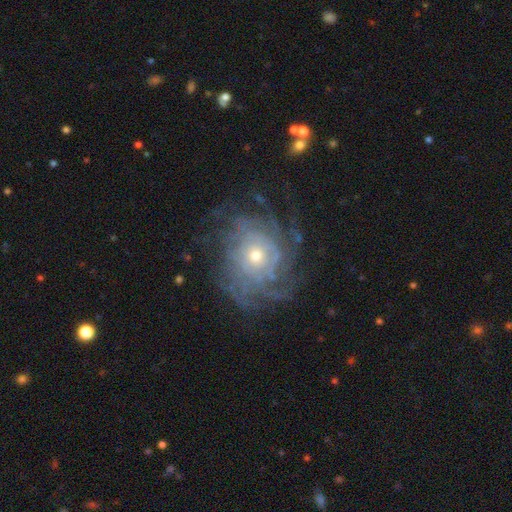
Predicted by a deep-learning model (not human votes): smooth_or_featured: featured or disk (p=0.82) [alt: smooth p=0.10]
disk_edge_on: no (p=0.97) [alt: yes p=0.03]
bar: no (p=0.83) [alt: weak p=0.13]
has_spiral_arms: yes (p=0.92) [alt: no p=0.08]
spiral_winding: tight (p=0.70) [alt: medium p=0.22]
spiral_arm_count: can't tell (p=0.41) [alt: more than 4 p=0.21]
bulge_size: small (p=0.58) [alt: moderate p=0.38]
merging: none (p=0.71) [alt: minor disturbance p=0.16]